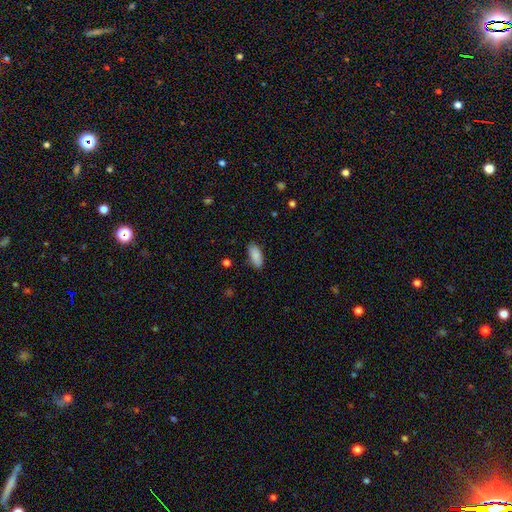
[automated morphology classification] A smooth galaxy with no disk features (88%) that is in between round and cigar-shaped (88%). Merging: none (86%).